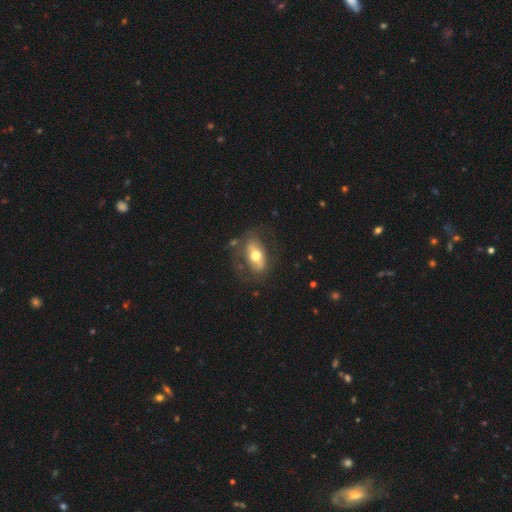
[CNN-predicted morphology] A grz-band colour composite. It shows a smooth galaxy with no disk features (48%). Merging: none (69%).